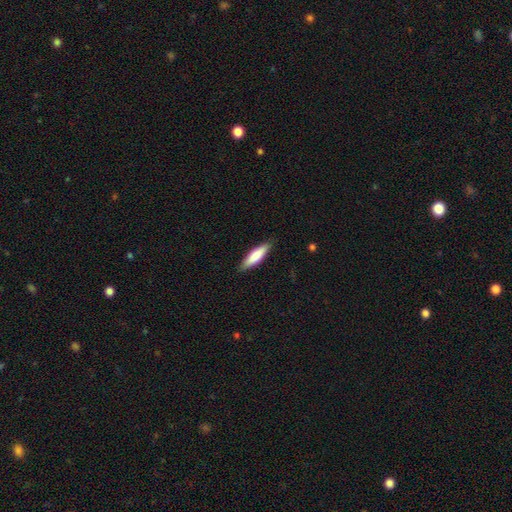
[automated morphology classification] smooth_or_featured: smooth (p=0.74) [alt: featured or disk p=0.20]
how_rounded: cigar-shaped (p=0.64) [alt: in between p=0.34]
merging: none (p=0.87) [alt: minor disturbance p=0.10]